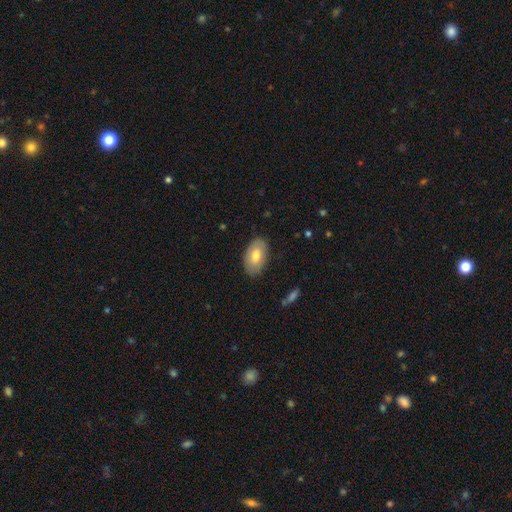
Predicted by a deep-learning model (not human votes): smooth-or-featured: smooth: 71% | featured or disk: 23% | star or artifact: 6%
  how-rounded: in between: 94% | round: 4% | cigar-shaped: 2%
  merging: none: 85% | minor disturbance: 12% | major disturbance: 3% | merger: 1%